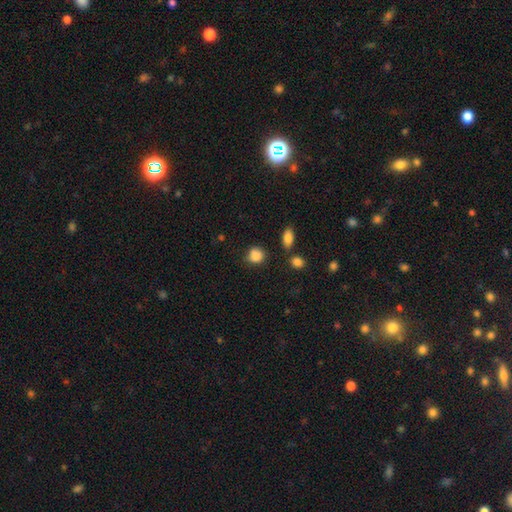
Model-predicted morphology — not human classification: This appears to be a smooth galaxy with no disk features (87%) that is round (76%). Merging: none (70%).